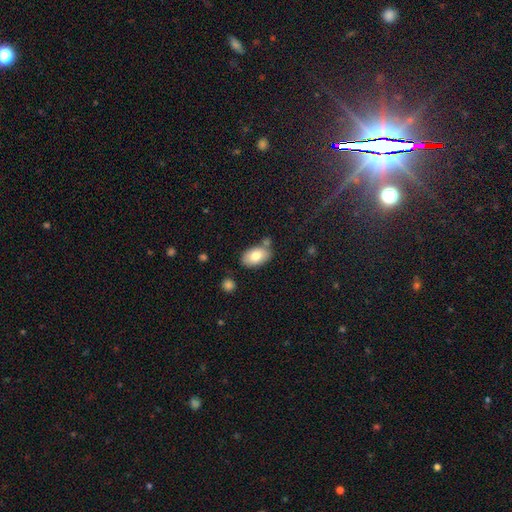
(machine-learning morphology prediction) A smooth galaxy with no disk features (79%) that is in between round and cigar-shaped (93%).

Vote fractions:
- Smooth or featured? smooth: 79% / featured or disk: 14% / star or artifact: 7%
- How rounded? in between: 93% / round: 6% / cigar-shaped: 1%
- Merging? none: 72% / minor disturbance: 15% / merger: 10% / major disturbance: 3%